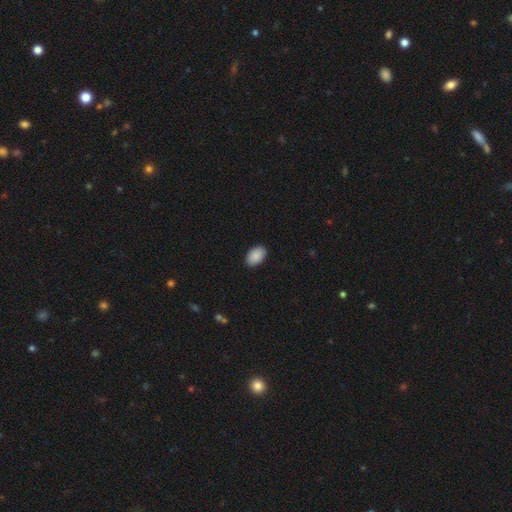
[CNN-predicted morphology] Smooth or featured? Predicted: smooth (p=0.91). How rounded? Predicted: in between (p=0.92). Merging? Predicted: none (p=0.88).